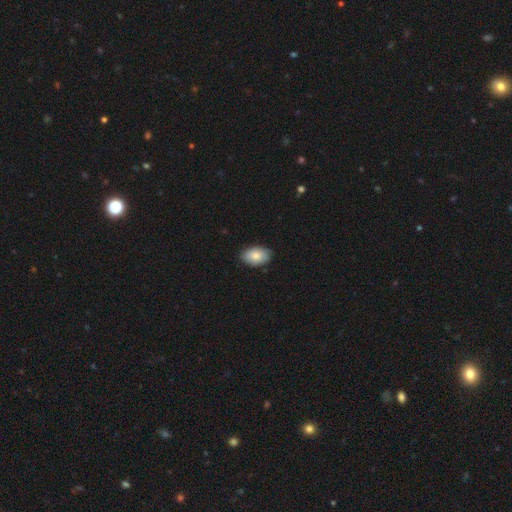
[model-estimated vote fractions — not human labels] A smooth galaxy with no disk features (83%) that is in between round and cigar-shaped (91%). Merging: none (84%).